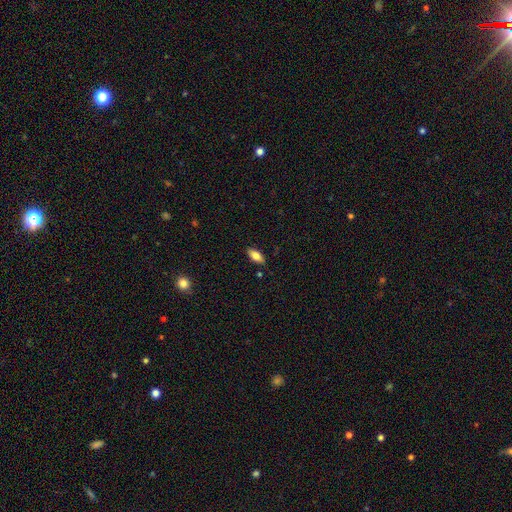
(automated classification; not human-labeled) Smooth or featured?
  - smooth: 78% *
  - featured or disk: 15%
  - star or artifact: 7%
How rounded?
  - in between: 85% *
  - cigar-shaped: 12%
  - round: 2%
Merging?
  - none: 86% *
  - minor disturbance: 10%
  - major disturbance: 2%
  - merger: 2%